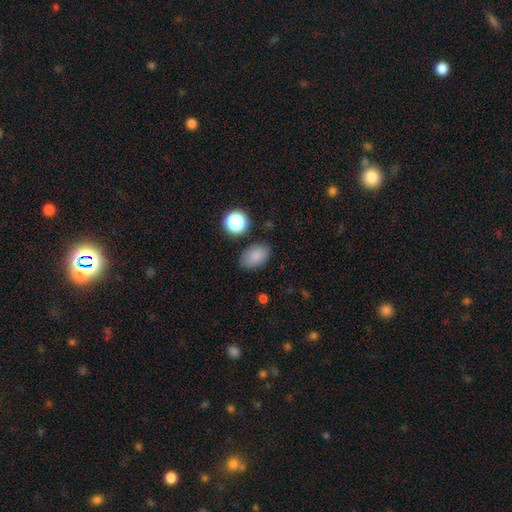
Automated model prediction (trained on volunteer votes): This is clearly a smooth galaxy (84%). How rounded: clearly in between (86%). Merging: likely none (80%).